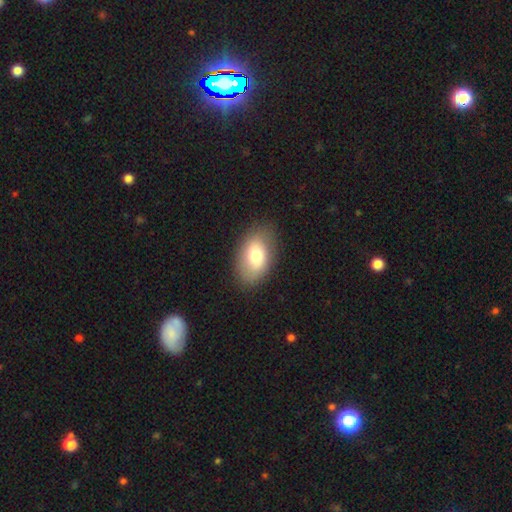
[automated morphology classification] Smooth or featured? smooth (71%)
How rounded? in between (89%)
Merging? none (83%)